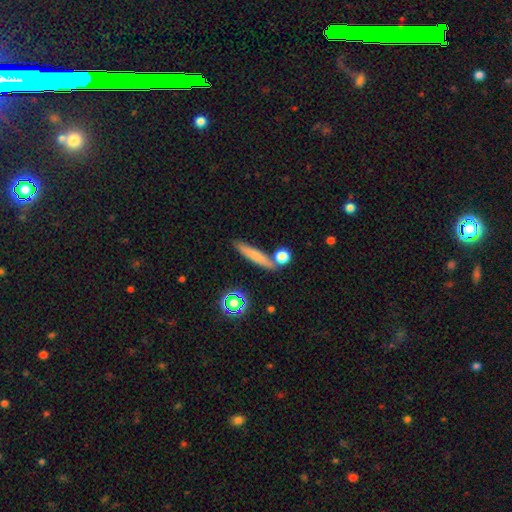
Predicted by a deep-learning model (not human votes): smooth-or-featured: smooth: 69% | featured or disk: 22% | star or artifact: 9%
  how-rounded: cigar-shaped: 84% | in between: 11% | round: 5%
  merging: none: 76% | minor disturbance: 11% | merger: 10% | major disturbance: 3%